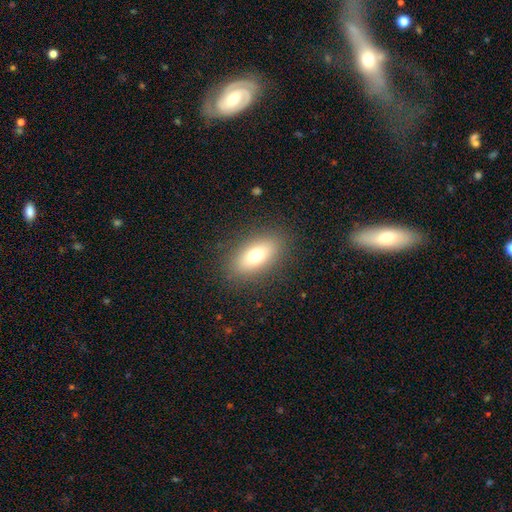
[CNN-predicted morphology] smooth_or_featured: smooth (p=0.73) [alt: featured or disk p=0.18]
how_rounded: in between (p=0.84) [alt: cigar-shaped p=0.09]
merging: none (p=0.87) [alt: minor disturbance p=0.09]